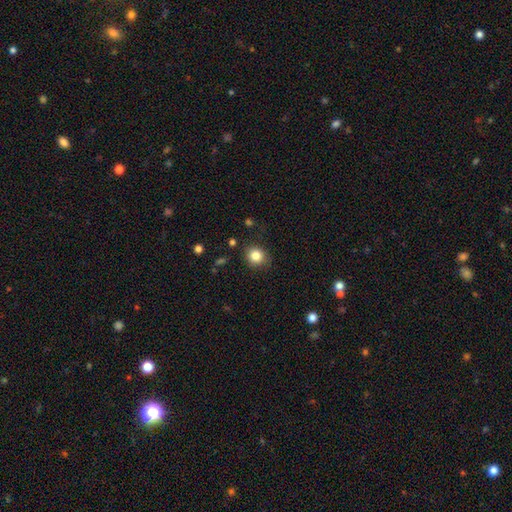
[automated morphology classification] Smooth or featured?
  - smooth: 84% *
  - star or artifact: 10%
  - featured or disk: 6%
How rounded?
  - round: 80% *
  - in between: 19%
  - cigar-shaped: 1%
Merging?
  - none: 83% *
  - minor disturbance: 13%
  - major disturbance: 3%
  - merger: 2%